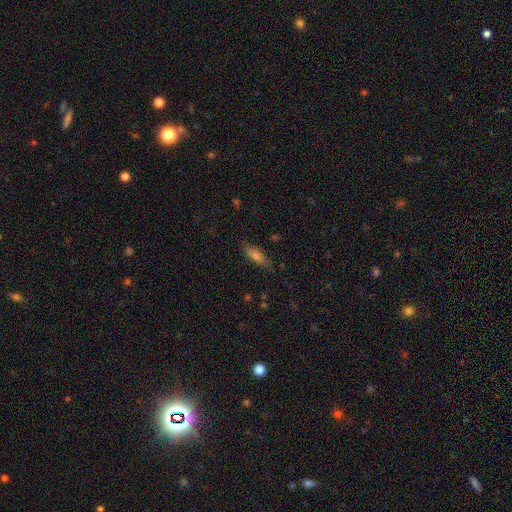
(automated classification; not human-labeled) A smooth galaxy with no disk features (70%) that is cigar-shaped (49%). Merging: none (78%).